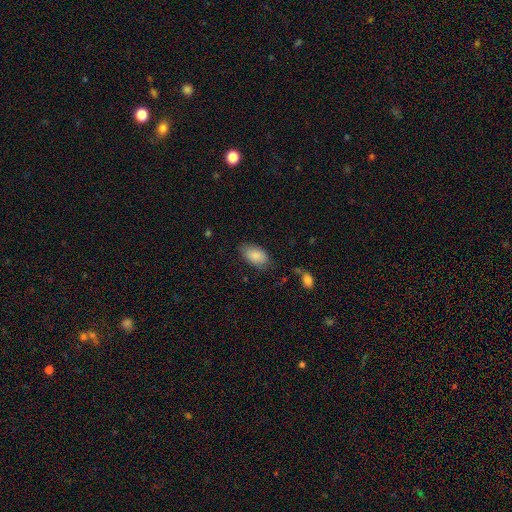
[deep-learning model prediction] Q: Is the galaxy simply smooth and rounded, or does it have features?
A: smooth — 87%.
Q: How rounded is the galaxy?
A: in between — 93%.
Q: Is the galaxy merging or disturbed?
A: none — 74%.